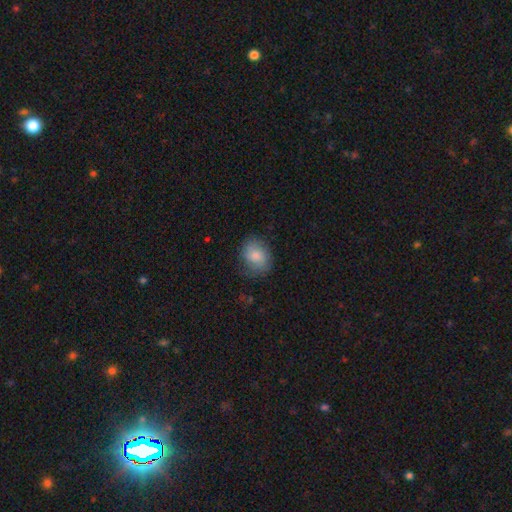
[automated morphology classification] Smooth or featured?
  - smooth: 71% *
  - featured or disk: 21%
  - star or artifact: 8%
How rounded?
  - round: 53% *
  - in between: 46%
  - cigar-shaped: 1%
Merging?
  - none: 70% *
  - minor disturbance: 21%
  - major disturbance: 8%
  - merger: 1%